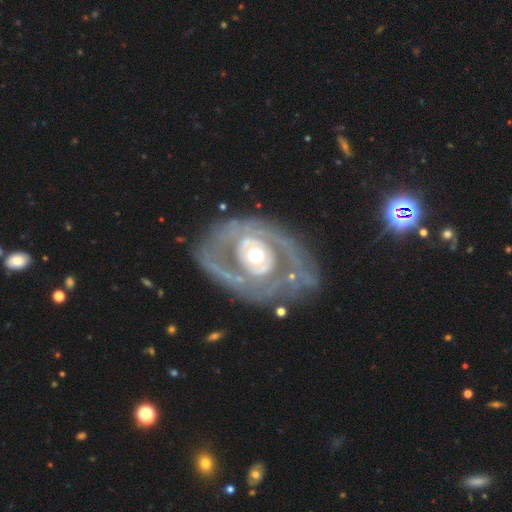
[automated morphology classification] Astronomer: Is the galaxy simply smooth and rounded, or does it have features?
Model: featured or disk — 84%.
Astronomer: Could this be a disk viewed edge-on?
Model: no — 96%.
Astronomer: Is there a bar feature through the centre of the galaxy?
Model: no — 77%.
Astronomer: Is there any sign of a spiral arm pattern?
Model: yes — 70%.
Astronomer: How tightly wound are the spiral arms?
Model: tight — 48% (runner-up: medium, 31%).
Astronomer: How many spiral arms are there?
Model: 2 — 45% (runner-up: can't tell, 24%).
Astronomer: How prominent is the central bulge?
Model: moderate — 64%.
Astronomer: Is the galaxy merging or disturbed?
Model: none — 57%.